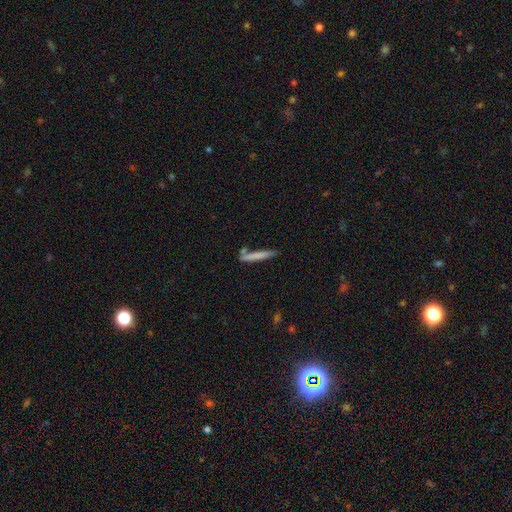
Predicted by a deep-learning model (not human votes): Smooth or featured?
  - smooth: 71% *
  - featured or disk: 22%
  - star or artifact: 6%
How rounded?
  - cigar-shaped: 95% *
  - in between: 4%
  - round: 1%
Merging?
  - none: 71% *
  - minor disturbance: 15%
  - merger: 10%
  - major disturbance: 4%